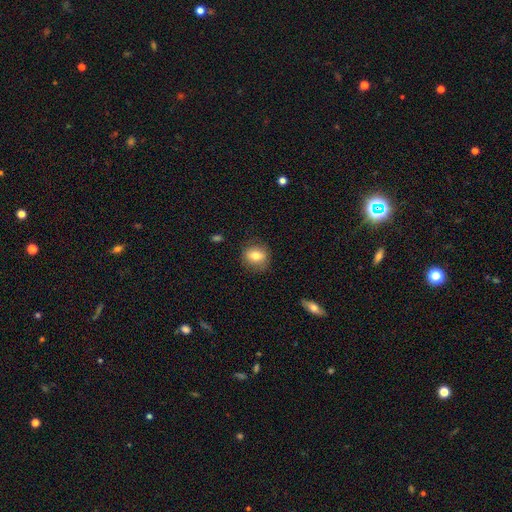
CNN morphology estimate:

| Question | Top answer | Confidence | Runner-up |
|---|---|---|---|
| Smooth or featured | smooth | 75% | featured or disk (16%) |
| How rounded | round | 63% | in between (36%) |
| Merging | none | 82% | minor disturbance (13%) |